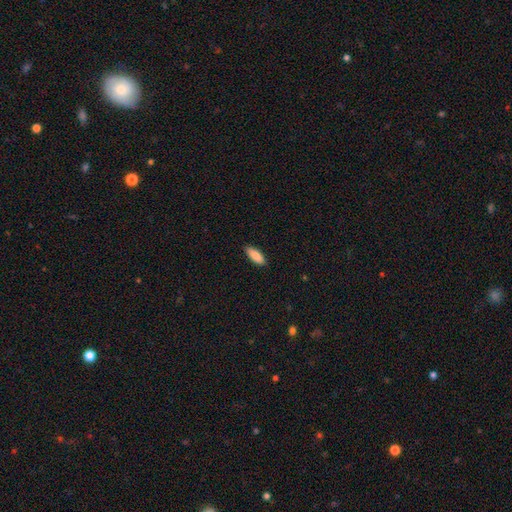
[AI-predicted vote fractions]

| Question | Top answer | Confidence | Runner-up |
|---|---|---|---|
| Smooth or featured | smooth | 87% | featured or disk (7%) |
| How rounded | in between | 67% | cigar-shaped (31%) |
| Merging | none | 88% | minor disturbance (9%) |